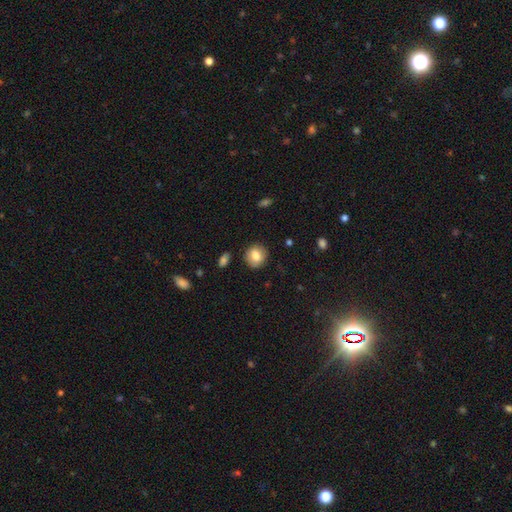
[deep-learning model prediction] smooth_or_featured: smooth (p=0.82) [alt: featured or disk p=0.10]
how_rounded: round (p=0.75) [alt: in between p=0.24]
merging: none (p=0.84) [alt: minor disturbance p=0.11]